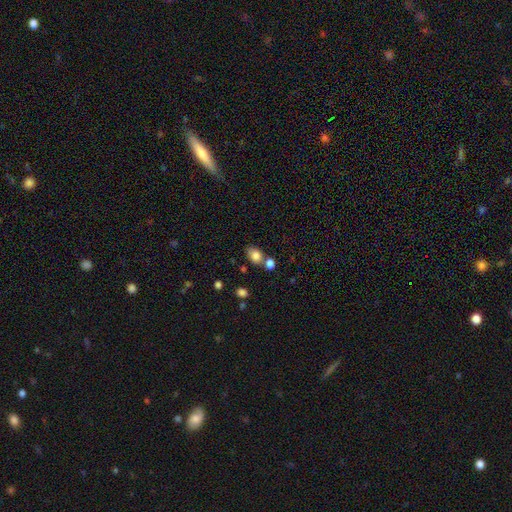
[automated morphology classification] type=smooth (82%); roundness=in between (76%); merging=none (59%).